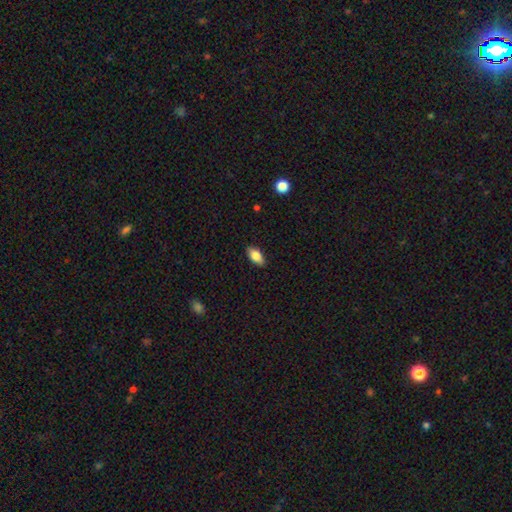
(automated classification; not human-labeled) Overall: smooth (83%). How rounded: in between (90%). Merging: none (87%).